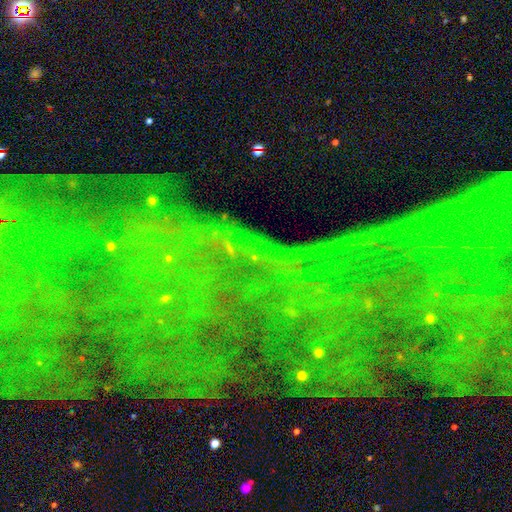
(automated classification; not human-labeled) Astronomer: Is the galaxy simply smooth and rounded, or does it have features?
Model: star or artifact — 82%.